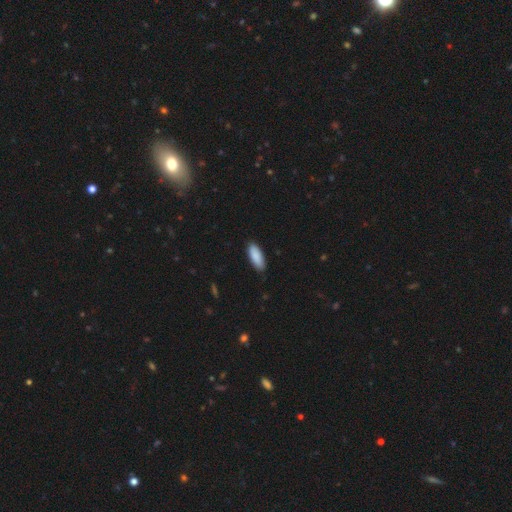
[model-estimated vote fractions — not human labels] This is clearly a smooth galaxy (90%). How rounded: likely in between (76%). Merging: clearly none (88%).